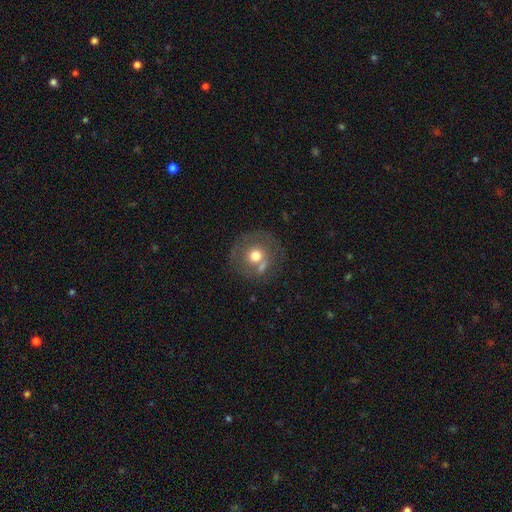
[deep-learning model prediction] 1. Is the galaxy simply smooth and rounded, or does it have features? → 58% smooth, 32% featured or disk, 10% star or artifact.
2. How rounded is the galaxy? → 91% round, 8% in between, 1% cigar-shaped.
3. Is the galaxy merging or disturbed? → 61% none, 16% minor disturbance, 15% merger, 8% major disturbance.